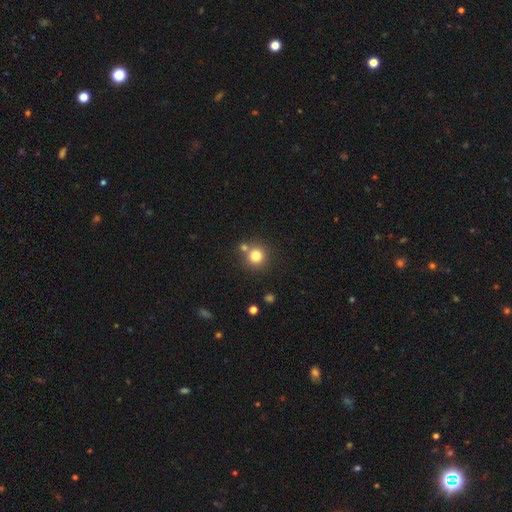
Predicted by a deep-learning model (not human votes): The model was most divided on "merging": none: 70%, merger: 19%, minor disturbance: 8%, major disturbance: 3%. More confident: how rounded — round (92%); smooth or featured — smooth (80%).